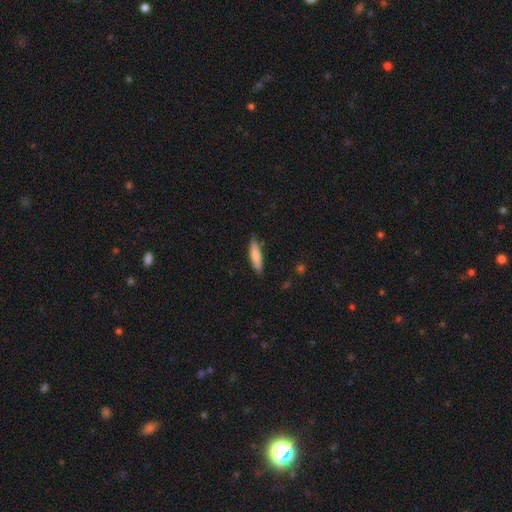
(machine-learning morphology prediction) Q: Smooth or featured?
A: smooth (79%); runner-up: featured or disk (15%)
Q: How rounded?
A: cigar-shaped (72%); runner-up: in between (26%)
Q: Merging?
A: none (83%); runner-up: minor disturbance (13%)